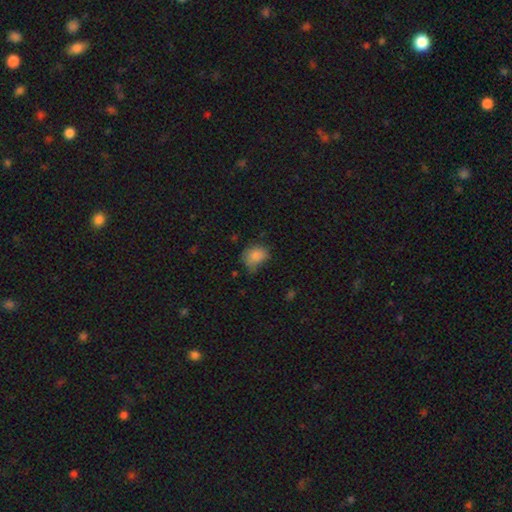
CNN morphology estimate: This is clearly a smooth galaxy (84%). How rounded: possibly in between (54%). Merging: possibly none (51%).